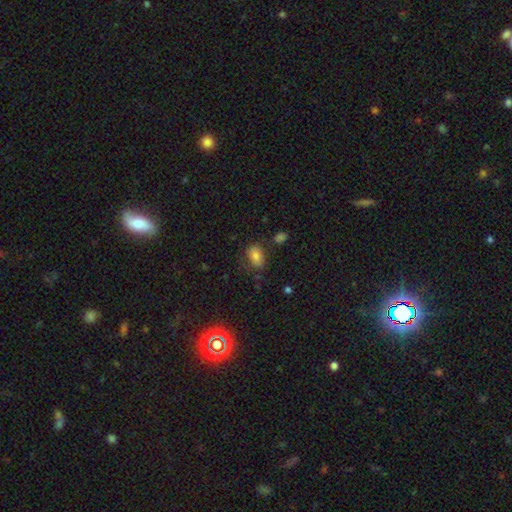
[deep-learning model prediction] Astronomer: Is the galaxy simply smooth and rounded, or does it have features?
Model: smooth — 79%.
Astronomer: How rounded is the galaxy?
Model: in between — 84%.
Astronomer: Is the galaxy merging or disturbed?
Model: none — 64%.